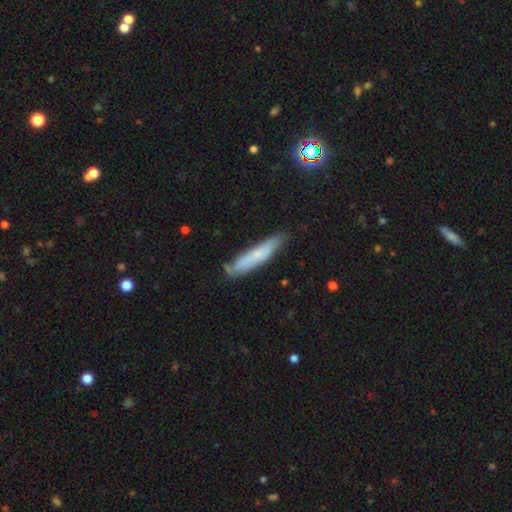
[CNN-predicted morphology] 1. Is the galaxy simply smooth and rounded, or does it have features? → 60% smooth, 32% featured or disk, 8% star or artifact.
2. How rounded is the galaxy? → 86% cigar-shaped, 12% in between, 2% round.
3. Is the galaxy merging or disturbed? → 74% none, 20% minor disturbance, 4% major disturbance, 3% merger.